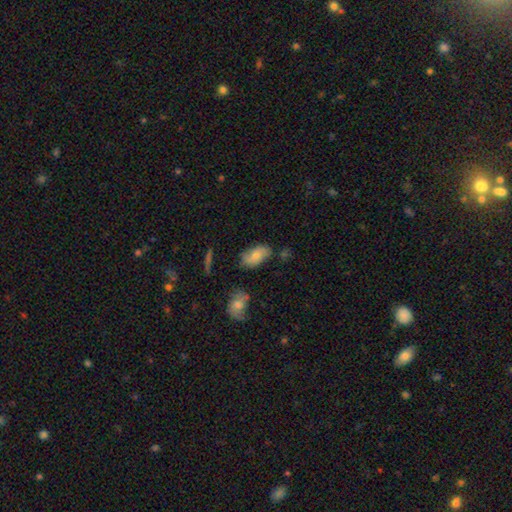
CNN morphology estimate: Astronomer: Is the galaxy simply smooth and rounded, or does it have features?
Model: smooth — 70%.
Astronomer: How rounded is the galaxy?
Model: in between — 92%.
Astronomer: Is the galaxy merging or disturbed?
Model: none — 64%.